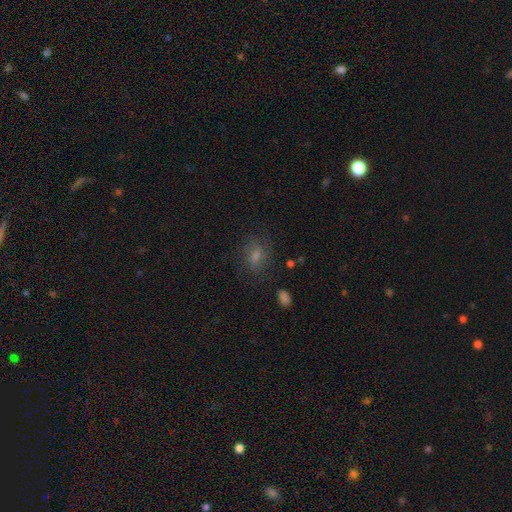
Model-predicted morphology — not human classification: smooth 54%, star or artifact 27%, featured or disk 20%. Down the decision tree: how rounded — in between (58%); merging — none (77%).